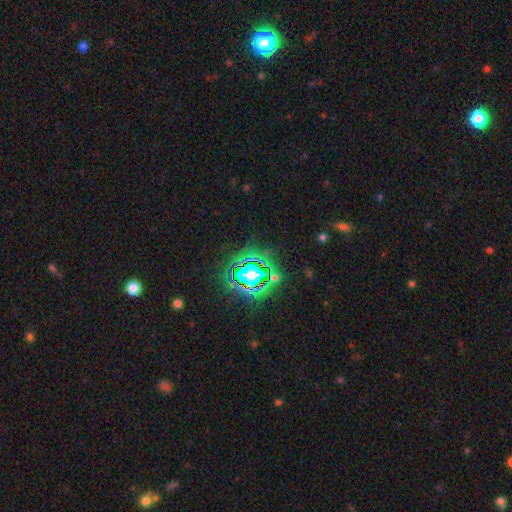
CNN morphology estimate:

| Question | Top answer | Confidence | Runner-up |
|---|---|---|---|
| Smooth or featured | star or artifact | 83% | smooth (11%) |